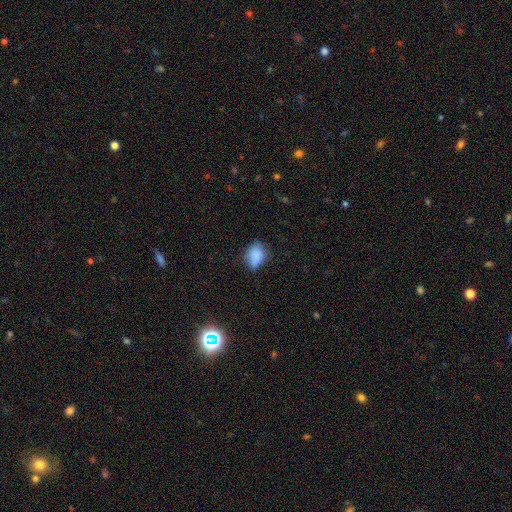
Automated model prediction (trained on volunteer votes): Smooth or featured: smooth — 80% (star or artifact — 10%)
How rounded: in between — 72% (round — 26%)
Merging: none — 51% (minor disturbance — 35%)